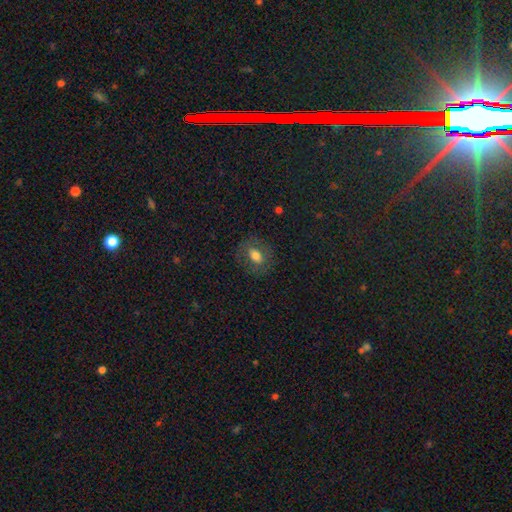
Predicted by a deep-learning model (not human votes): A smooth galaxy with no disk features (68%) that is in between round and cigar-shaped (58%).

Vote fractions:
- Smooth or featured? smooth: 68% / featured or disk: 20% / star or artifact: 12%
- How rounded? in between: 58% / round: 40% / cigar-shaped: 2%
- Merging? none: 81% / minor disturbance: 12% / major disturbance: 6% / merger: 1%